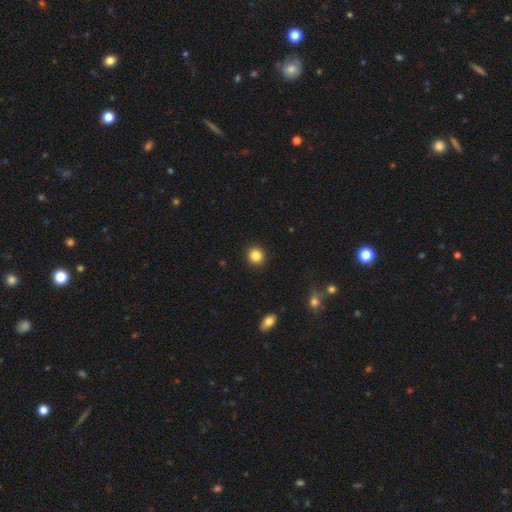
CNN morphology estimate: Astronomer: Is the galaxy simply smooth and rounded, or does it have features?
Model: smooth — 85%.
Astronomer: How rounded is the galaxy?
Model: round — 89%.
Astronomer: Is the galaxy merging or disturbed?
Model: none — 92%.